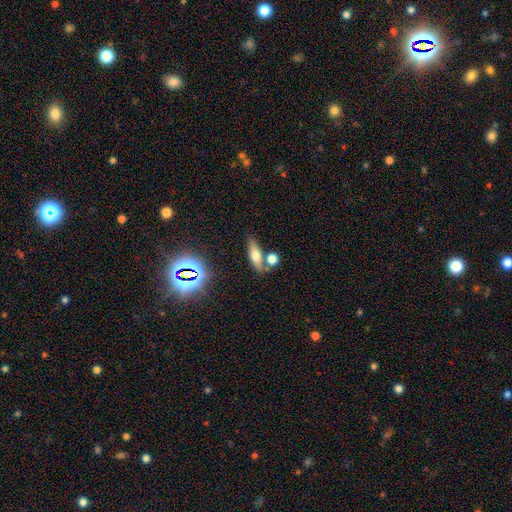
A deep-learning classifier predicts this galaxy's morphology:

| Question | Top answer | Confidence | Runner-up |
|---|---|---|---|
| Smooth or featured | smooth | 56% | featured or disk (29%) |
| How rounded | in between | 49% | cigar-shaped (43%) |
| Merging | none | 66% | merger (18%) |